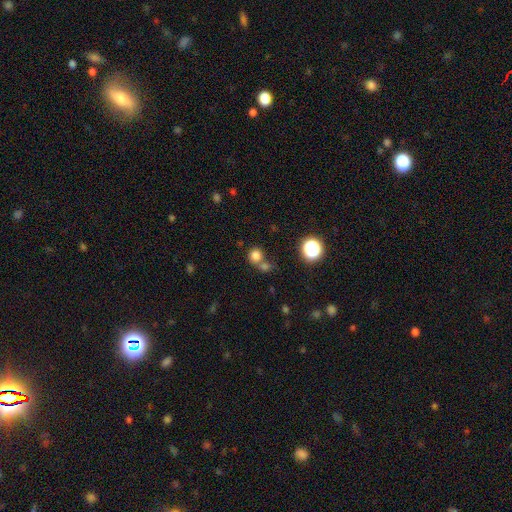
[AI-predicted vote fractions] smooth-or-featured: smooth: 78% | star or artifact: 16% | featured or disk: 7%
  how-rounded: round: 87% | in between: 12% | cigar-shaped: 1%
  merging: none: 53% | merger: 35% | minor disturbance: 8% | major disturbance: 4%